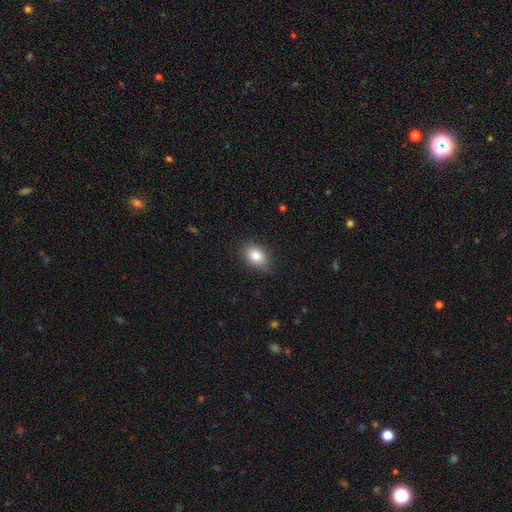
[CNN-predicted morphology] smooth_or_featured: smooth (p=0.82) [alt: featured or disk p=0.10]
how_rounded: in between (p=0.74) [alt: round p=0.24]
merging: none (p=0.80) [alt: minor disturbance p=0.16]